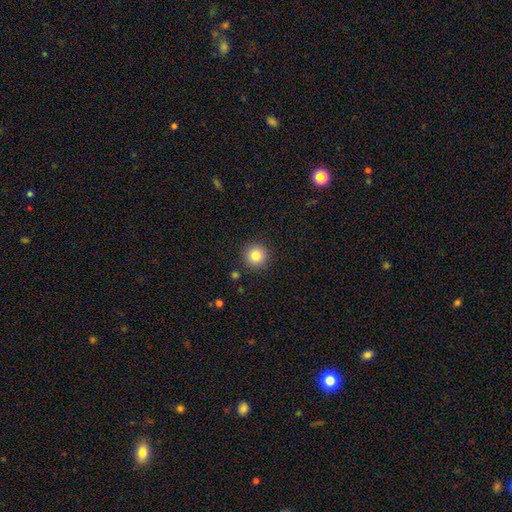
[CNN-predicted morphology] smooth 83%, star or artifact 11%, featured or disk 7%. Down the decision tree: how rounded — round (95%); merging — none (91%).